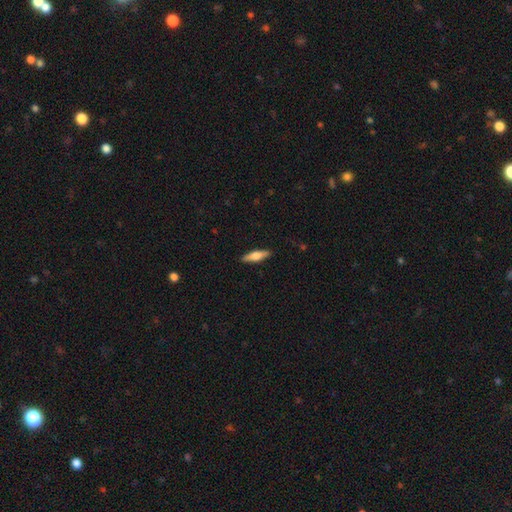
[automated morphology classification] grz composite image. It shows a smooth galaxy with no disk features (59%) that is cigar-shaped (63%). Merging: none (89%).